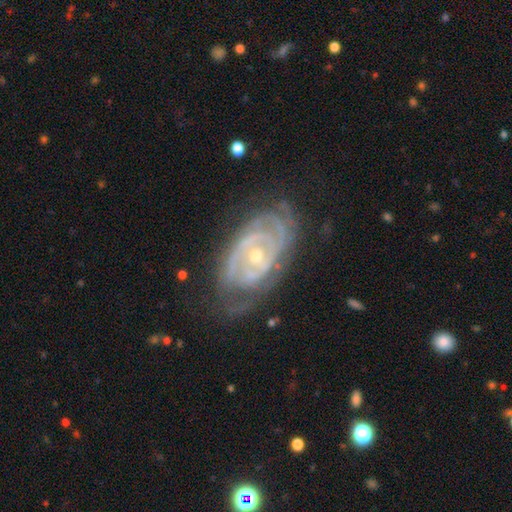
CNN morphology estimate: Smooth or featured? featured or disk (88%)
Edge-on disk? no (95%)
Bar? no (67%)
Spiral arms? yes (94%)
Spiral winding? tight (77%)
Spiral arm count? 2 (33%)
Bulge size? small (57%)
Merging? none (70%)